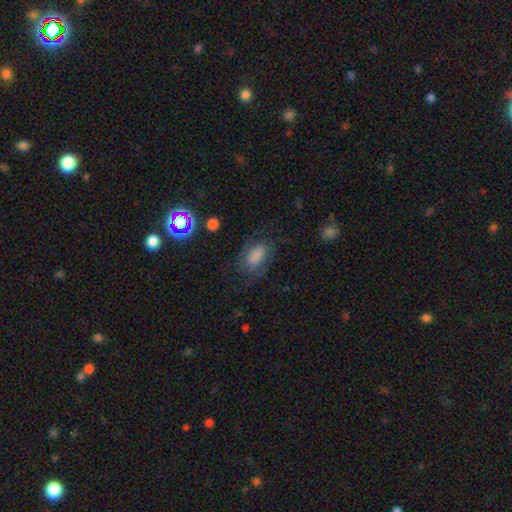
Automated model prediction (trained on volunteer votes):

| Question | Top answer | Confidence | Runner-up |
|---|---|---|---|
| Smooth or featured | smooth | 54% | featured or disk (30%) |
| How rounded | in between | 85% | round (13%) |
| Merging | none | 65% | minor disturbance (20%) |